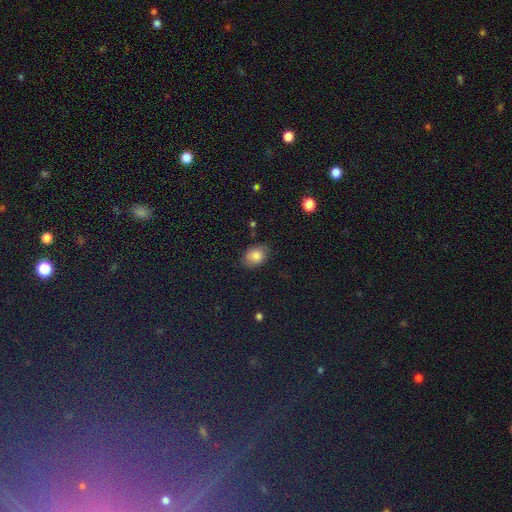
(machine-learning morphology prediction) Smooth or featured? smooth (82%)
How rounded? in between (73%)
Merging? none (77%)